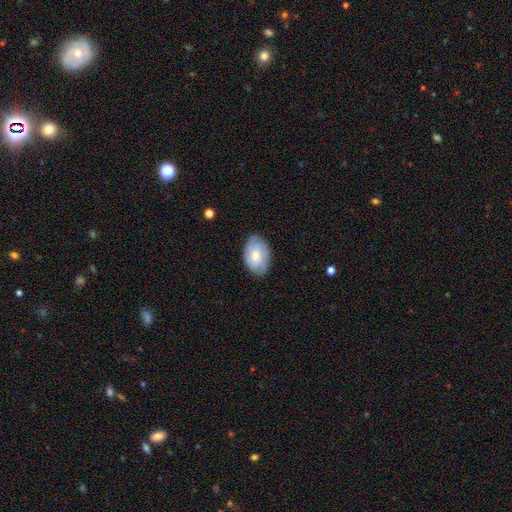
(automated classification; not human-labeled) Smooth or featured? smooth (53%)
How rounded? in between (89%)
Merging? none (78%)